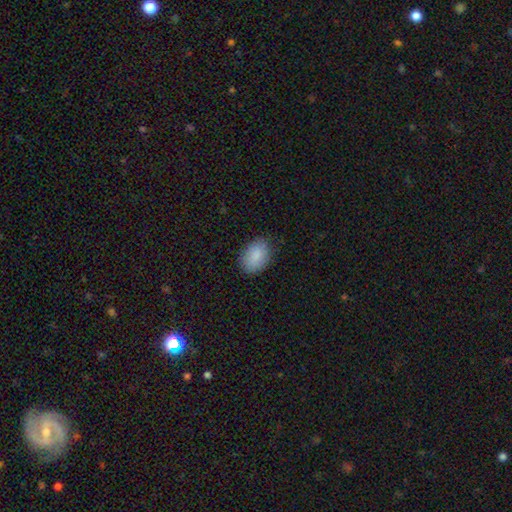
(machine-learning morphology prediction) smooth-or-featured: smooth: 89% | star or artifact: 7% | featured or disk: 5%
  how-rounded: in between: 85% | round: 14% | cigar-shaped: 1%
  merging: none: 83% | minor disturbance: 13% | major disturbance: 3% | merger: 1%